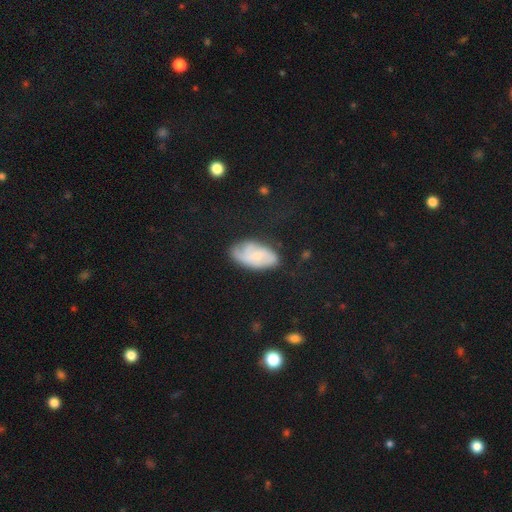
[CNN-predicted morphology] Overall: featured or disk (49%; smooth 42%). Merging: none (64%; minor disturbance 25%).